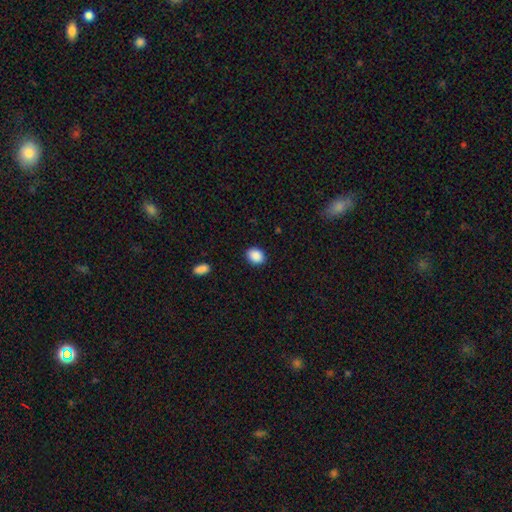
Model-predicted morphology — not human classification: Smooth or featured?
  - smooth: 89% *
  - star or artifact: 8%
  - featured or disk: 3%
How rounded?
  - in between: 52% *
  - round: 47%
  - cigar-shaped: 1%
Merging?
  - none: 89% *
  - minor disturbance: 7%
  - major disturbance: 2%
  - merger: 1%